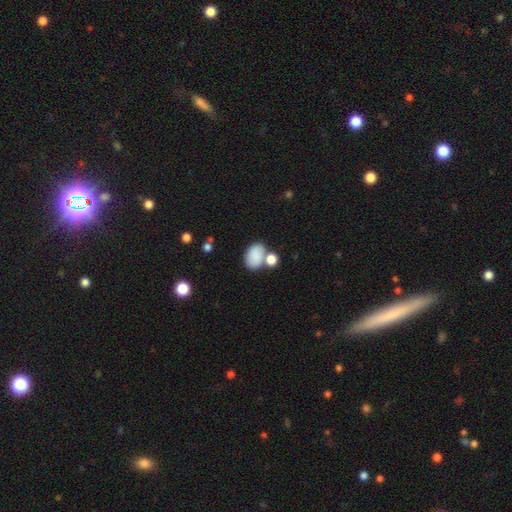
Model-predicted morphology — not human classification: smooth-or-featured: smooth: 84% | star or artifact: 8% | featured or disk: 8%
  how-rounded: in between: 84% | round: 15% | cigar-shaped: 1%
  merging: none: 53% | merger: 27% | minor disturbance: 15% | major disturbance: 5%